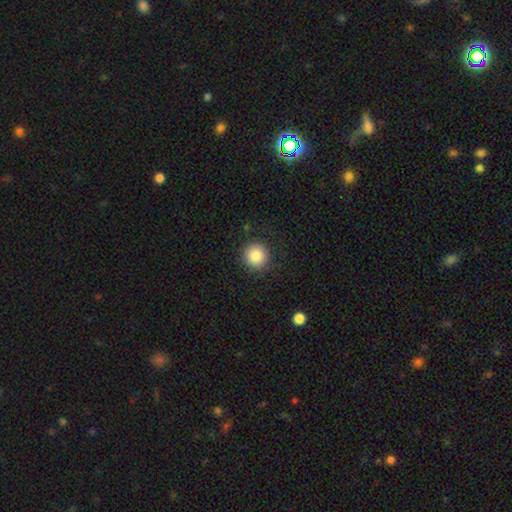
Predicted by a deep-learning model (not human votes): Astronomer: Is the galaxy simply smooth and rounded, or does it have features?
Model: smooth — 86%.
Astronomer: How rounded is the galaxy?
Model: round — 95%.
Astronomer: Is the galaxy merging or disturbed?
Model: none — 89%.